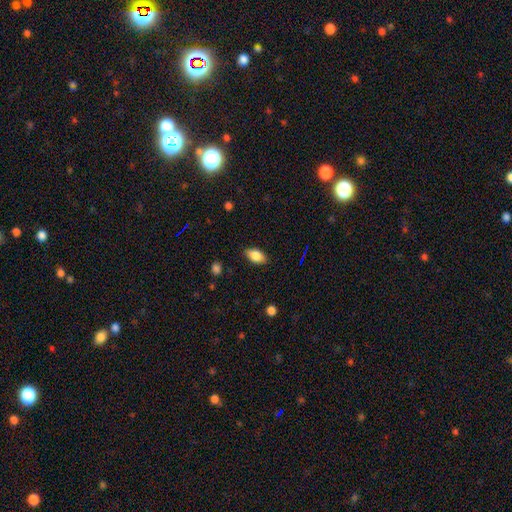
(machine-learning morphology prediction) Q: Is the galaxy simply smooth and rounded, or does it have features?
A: smooth — 82%.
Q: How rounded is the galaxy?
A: in between — 89%.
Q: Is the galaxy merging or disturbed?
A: none — 85%.